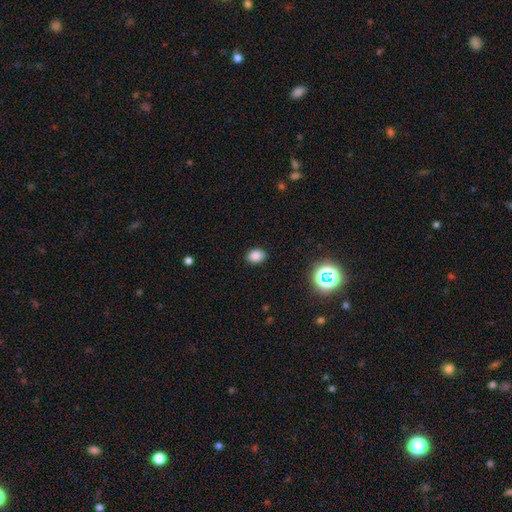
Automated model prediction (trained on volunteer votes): Smooth or featured? Predicted: smooth (p=0.83). How rounded? Predicted: in between (p=0.63). Merging? Predicted: none (p=0.88).